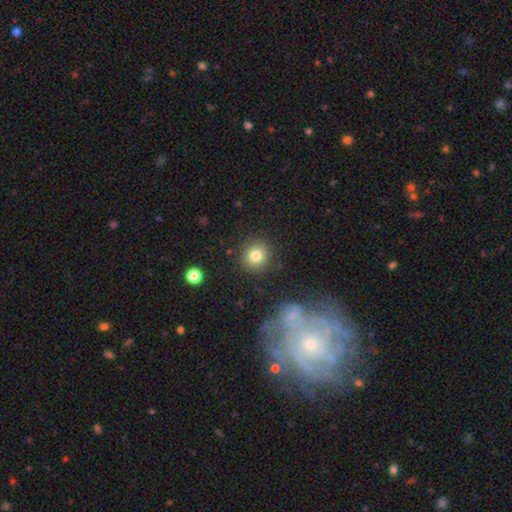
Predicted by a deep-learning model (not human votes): Q: Smooth or featured?
A: smooth (80%); runner-up: star or artifact (11%)
Q: How rounded?
A: round (91%); runner-up: in between (8%)
Q: Merging?
A: none (89%); runner-up: minor disturbance (7%)